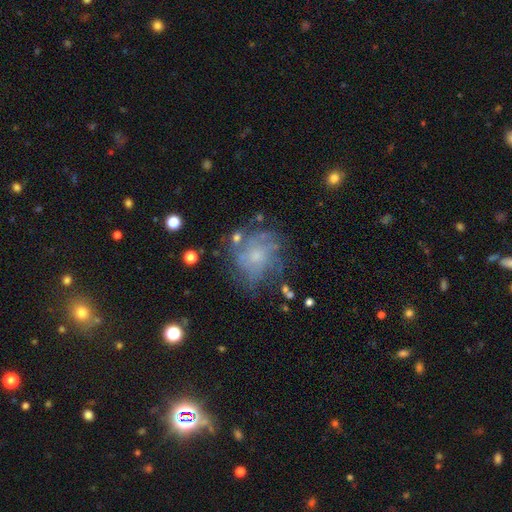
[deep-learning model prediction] The model was most divided on "bulge size": small: 51%, moderate: 33%, none: 11%, large: 3%, dominant: 1%. More confident: edge-on disk — no (98%); bar — no (80%); spiral arms — yes (70%); merging — none (62%); smooth or featured — featured or disk (62%).